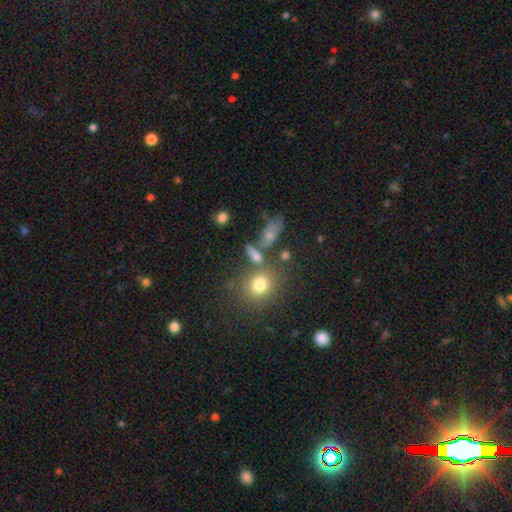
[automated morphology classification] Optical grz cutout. It shows a smooth galaxy with no disk features (67%) that is in between round and cigar-shaped (45%). Merging: none (56%).